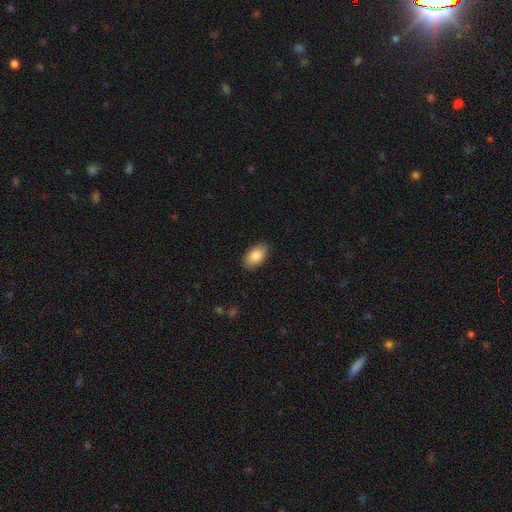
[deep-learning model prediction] Smooth or featured? smooth (86%)
How rounded? in between (93%)
Merging? none (88%)